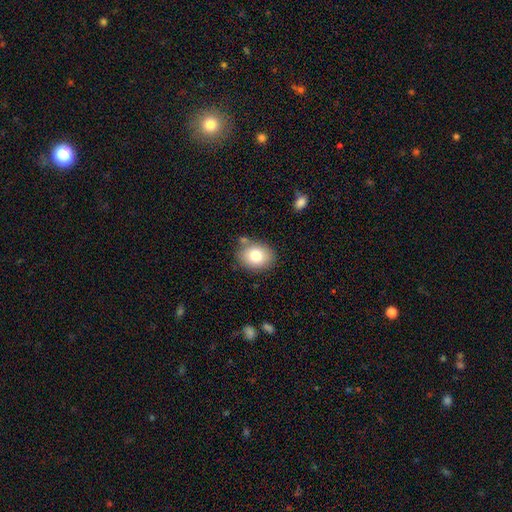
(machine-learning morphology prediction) smooth-or-featured: smooth: 79% | featured or disk: 12% | star or artifact: 9%
  how-rounded: in between: 56% | round: 43% | cigar-shaped: 1%
  merging: none: 77% | minor disturbance: 14% | merger: 5% | major disturbance: 3%